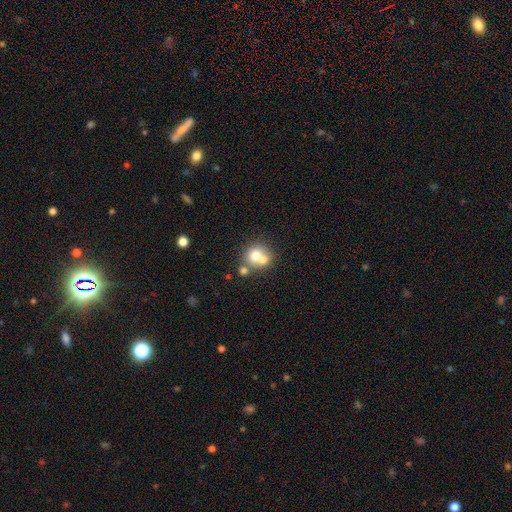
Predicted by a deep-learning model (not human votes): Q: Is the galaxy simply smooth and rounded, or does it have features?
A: smooth — 68%.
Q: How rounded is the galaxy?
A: round — 80%.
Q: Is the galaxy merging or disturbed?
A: merger — 53%.